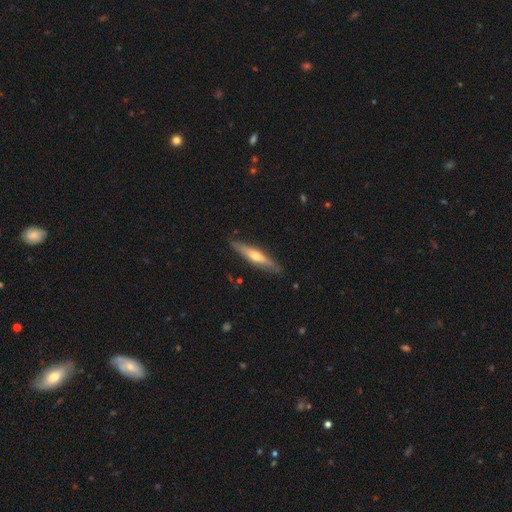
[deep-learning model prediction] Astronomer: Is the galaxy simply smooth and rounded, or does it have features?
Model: featured or disk — 54% (runner-up: smooth, 40%).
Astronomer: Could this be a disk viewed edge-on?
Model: yes — 90%.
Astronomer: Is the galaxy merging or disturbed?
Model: none — 87%.